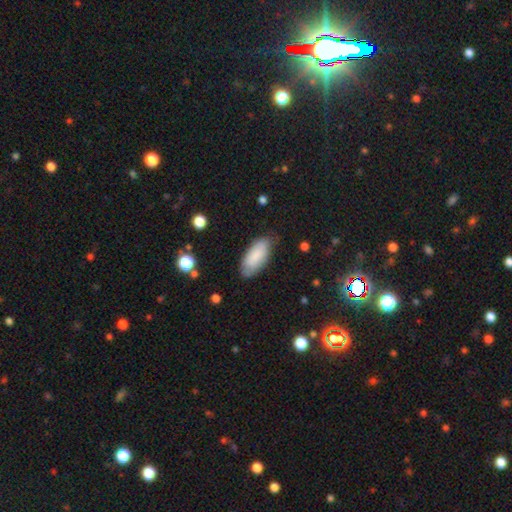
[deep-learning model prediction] smooth_or_featured: smooth (p=0.82) [alt: featured or disk p=0.12]
how_rounded: in between (p=0.88) [alt: cigar-shaped p=0.10]
merging: none (p=0.76) [alt: minor disturbance p=0.18]